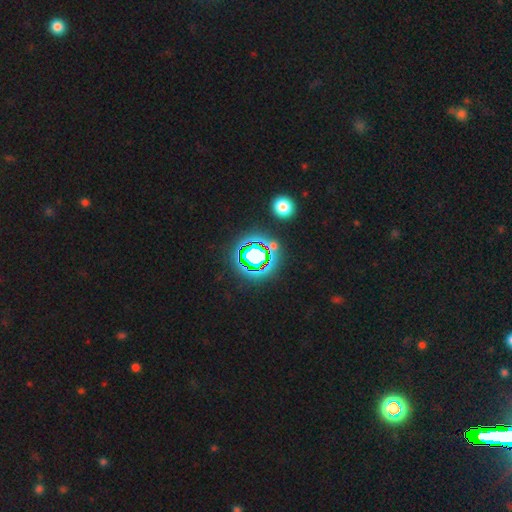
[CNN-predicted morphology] type=star or artifact (70%).